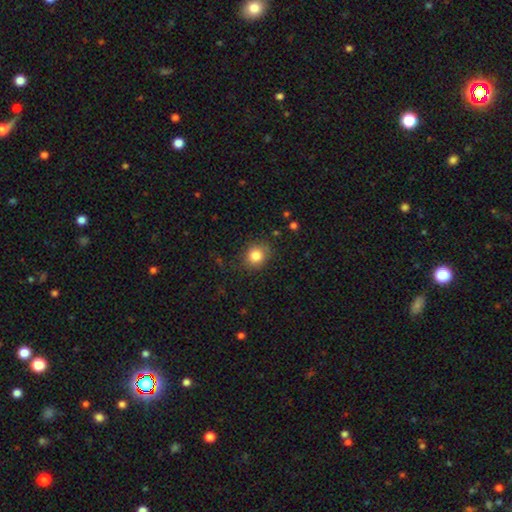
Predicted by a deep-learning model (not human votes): This appears to be a smooth galaxy with no disk features (84%) that is round (73%). Merging: none (81%).